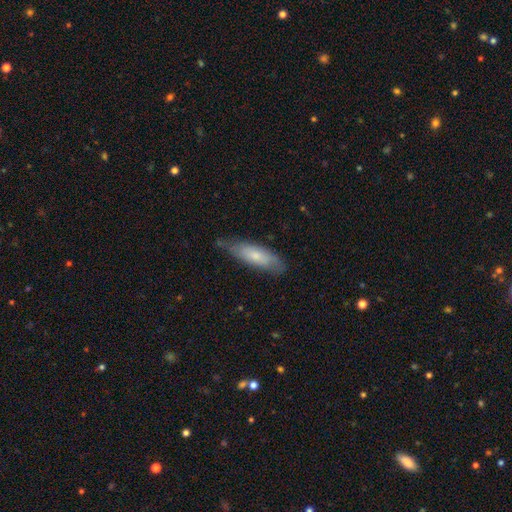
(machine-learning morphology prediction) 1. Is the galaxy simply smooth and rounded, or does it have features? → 65% smooth, 29% featured or disk, 6% star or artifact.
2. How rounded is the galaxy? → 52% cigar-shaped, 47% in between, 2% round.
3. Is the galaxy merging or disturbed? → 63% none, 29% minor disturbance, 6% major disturbance, 2% merger.